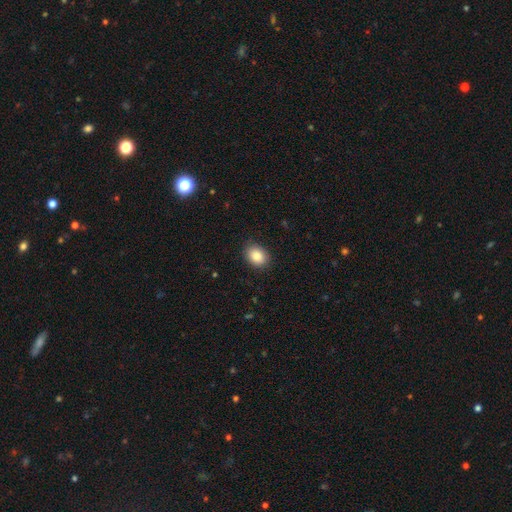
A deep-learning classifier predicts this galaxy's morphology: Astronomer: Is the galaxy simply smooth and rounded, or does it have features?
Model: smooth — 87%.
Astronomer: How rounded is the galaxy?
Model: in between — 69%.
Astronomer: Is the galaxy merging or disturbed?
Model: none — 87%.